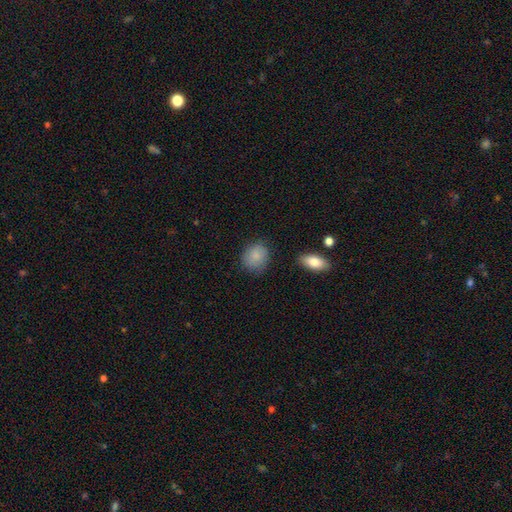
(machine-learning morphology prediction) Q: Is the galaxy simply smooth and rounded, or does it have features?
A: smooth — 86%.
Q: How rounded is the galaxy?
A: round — 65%.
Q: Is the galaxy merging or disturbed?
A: none — 77%.